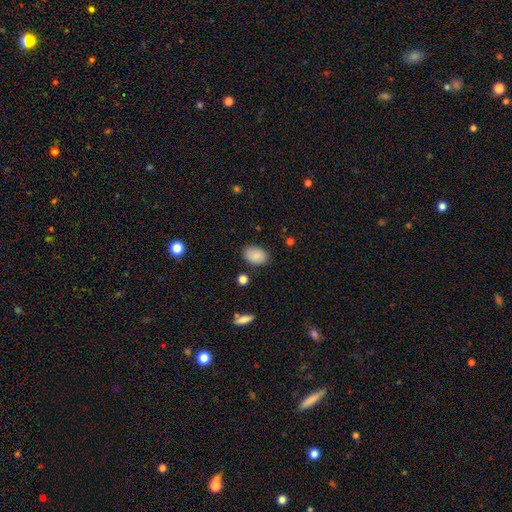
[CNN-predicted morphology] A smooth galaxy with no disk features (86%) that is in between round and cigar-shaped (84%).

Vote fractions:
- Smooth or featured? smooth: 86% / star or artifact: 8% / featured or disk: 6%
- How rounded? in between: 84% / round: 14% / cigar-shaped: 1%
- Merging? none: 83% / minor disturbance: 12% / major disturbance: 3% / merger: 2%